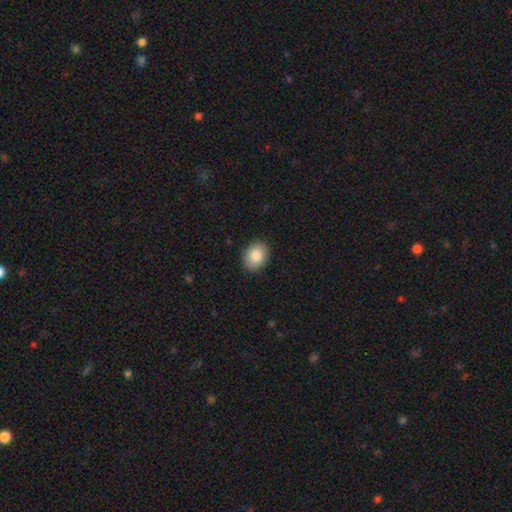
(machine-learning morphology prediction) Q: Smooth or featured?
A: smooth (86%); runner-up: star or artifact (8%)
Q: How rounded?
A: in between (62%); runner-up: round (37%)
Q: Merging?
A: none (88%); runner-up: minor disturbance (9%)